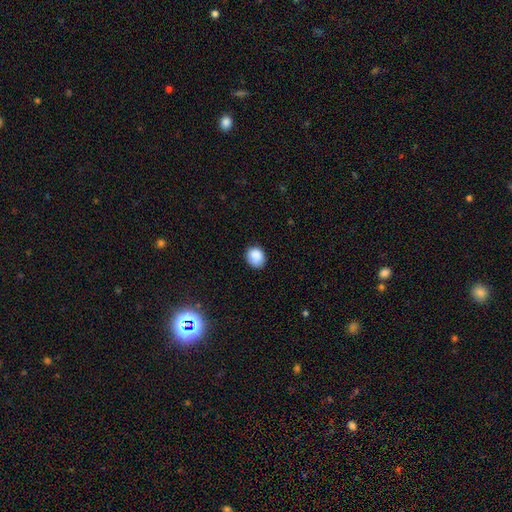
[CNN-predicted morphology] This is clearly a smooth galaxy (87%). How rounded: likely round (64%). Merging: clearly none (80%).